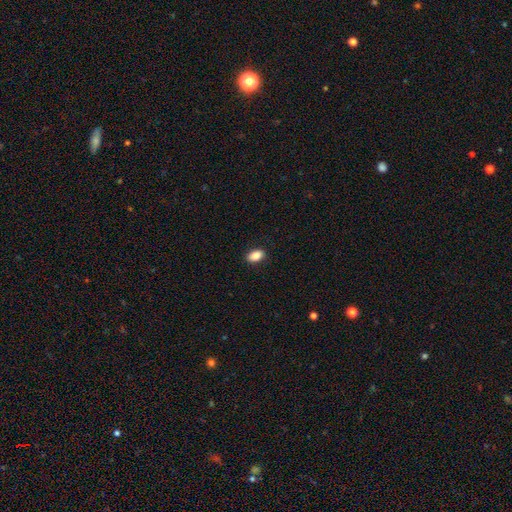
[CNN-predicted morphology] This is clearly a smooth galaxy (88%). How rounded: clearly in between (89%). Merging: clearly none (89%).